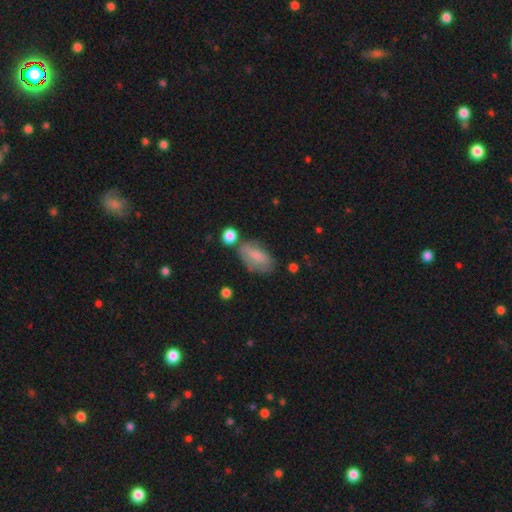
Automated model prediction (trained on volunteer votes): Smooth or featured?
  - smooth: 74% *
  - featured or disk: 18%
  - star or artifact: 8%
How rounded?
  - in between: 90% *
  - cigar-shaped: 5%
  - round: 4%
Merging?
  - none: 53% *
  - minor disturbance: 27%
  - major disturbance: 10%
  - merger: 10%